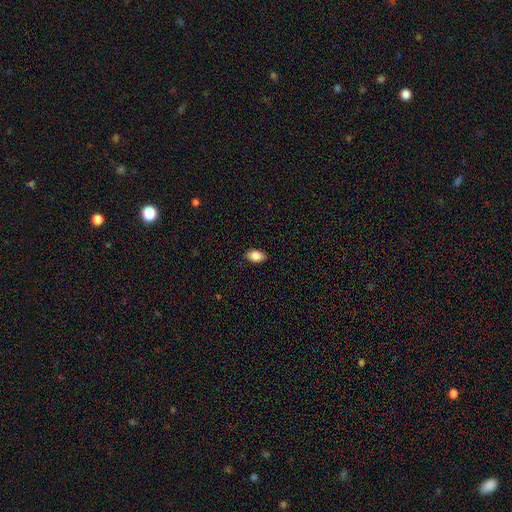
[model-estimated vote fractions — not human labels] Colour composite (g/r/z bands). It shows a smooth galaxy with no disk features (87%) that is in between round and cigar-shaped (89%). Merging: none (87%).